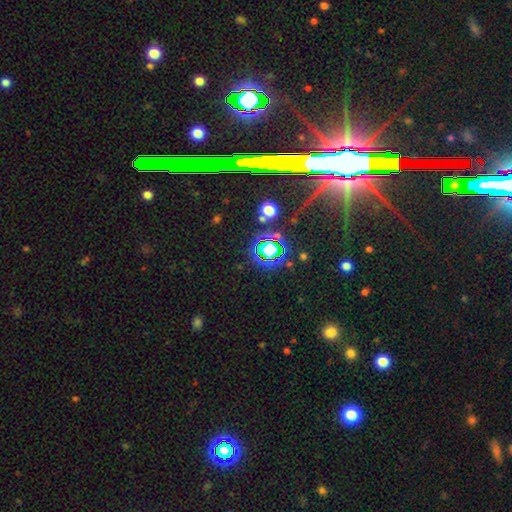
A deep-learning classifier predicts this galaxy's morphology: This appears to be a star or artifact, not a galaxy (79%).